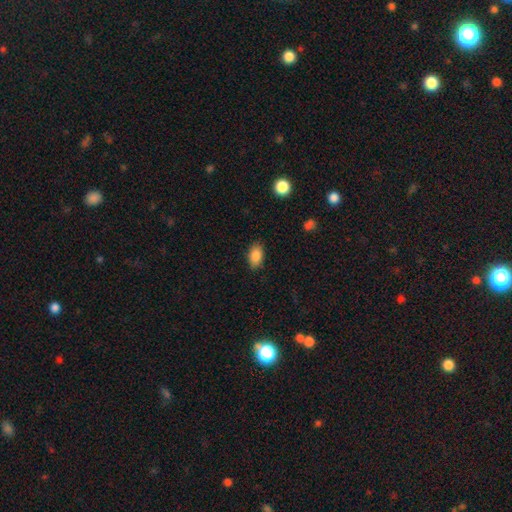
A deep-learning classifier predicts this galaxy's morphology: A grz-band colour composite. It shows a smooth galaxy with no disk features (86%) that is in between round and cigar-shaped (89%). Merging: none (85%).